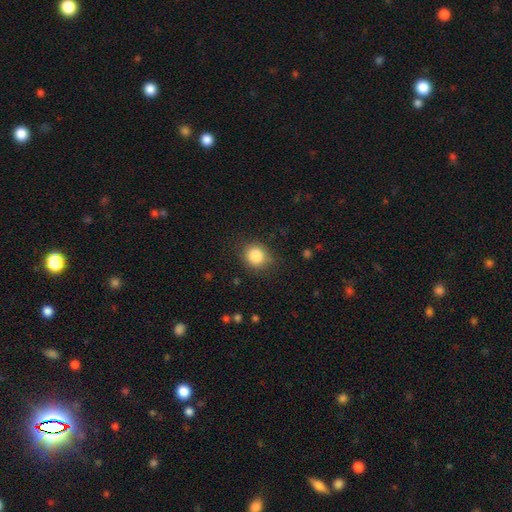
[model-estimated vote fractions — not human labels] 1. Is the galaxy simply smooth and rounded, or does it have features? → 85% smooth, 10% star or artifact, 5% featured or disk.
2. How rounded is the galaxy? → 81% round, 18% in between, 1% cigar-shaped.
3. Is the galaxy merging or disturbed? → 83% none, 12% minor disturbance, 4% major disturbance, 1% merger.